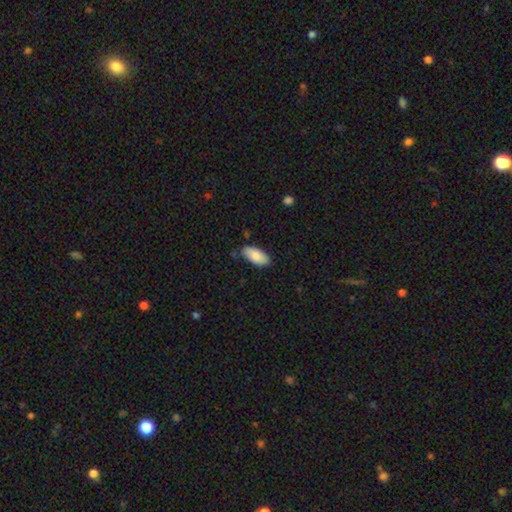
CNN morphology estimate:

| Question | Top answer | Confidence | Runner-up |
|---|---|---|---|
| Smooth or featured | smooth | 83% | featured or disk (11%) |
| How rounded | in between | 93% | cigar-shaped (5%) |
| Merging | none | 78% | minor disturbance (17%) |